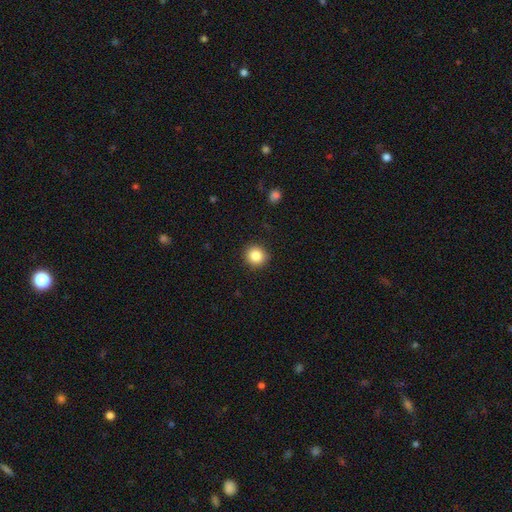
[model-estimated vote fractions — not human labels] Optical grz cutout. It shows a smooth galaxy with no disk features (85%) that is round (91%). Merging: none (91%).